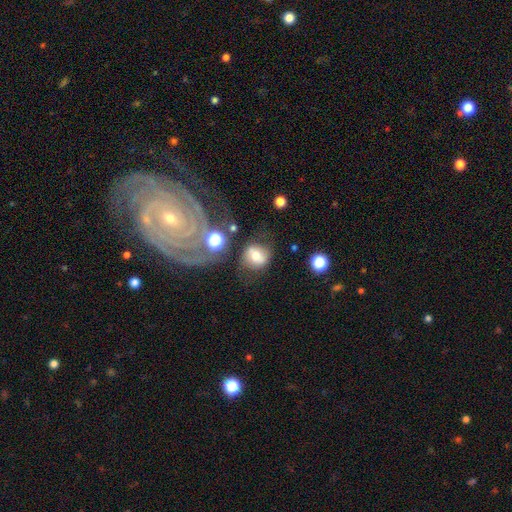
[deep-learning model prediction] smooth-or-featured: smooth: 60% | featured or disk: 29% | star or artifact: 11%
  how-rounded: round: 74% | in between: 25% | cigar-shaped: 1%
  merging: none: 61% | minor disturbance: 19% | major disturbance: 12% | merger: 9%